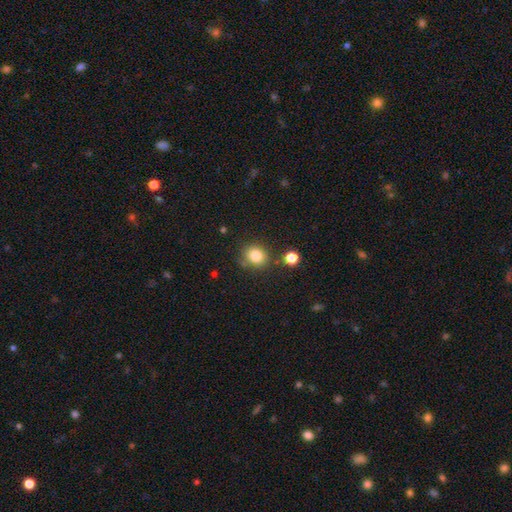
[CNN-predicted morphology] A smooth galaxy with no disk features (82%) that is round (76%). Merging: none (78%).